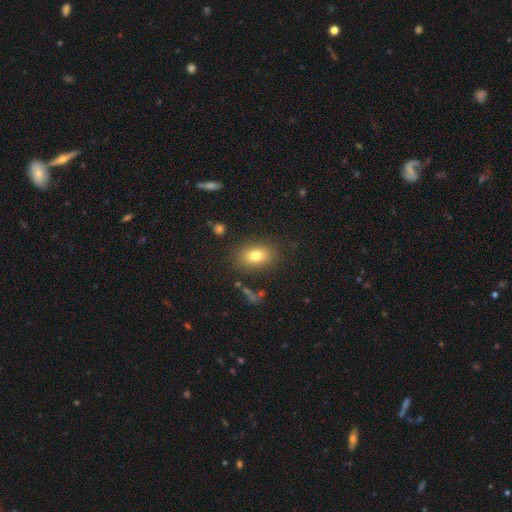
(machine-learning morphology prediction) This appears to be a smooth galaxy with no disk features (78%) that is in between round and cigar-shaped (82%). Merging: none (83%).